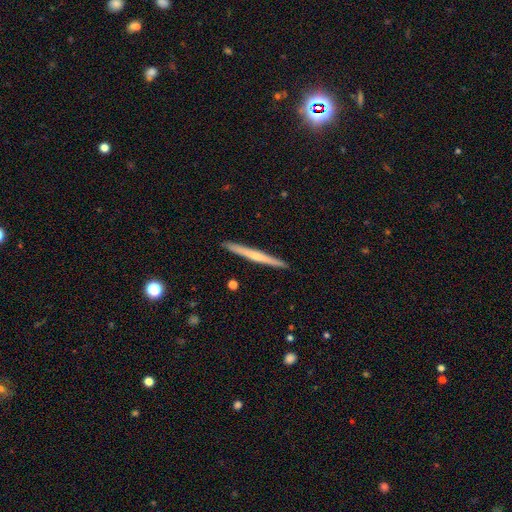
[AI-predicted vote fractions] Smooth or featured?
  - featured or disk: 54% *
  - smooth: 40%
  - star or artifact: 6%
Edge-on disk?
  - yes: 98% *
  - no: 2%
Edge-on bulge?
  - rounded: 49% *
  - none: 46%
  - boxy: 5%
Merging?
  - none: 92% *
  - minor disturbance: 6%
  - major disturbance: 1%
  - merger: 1%